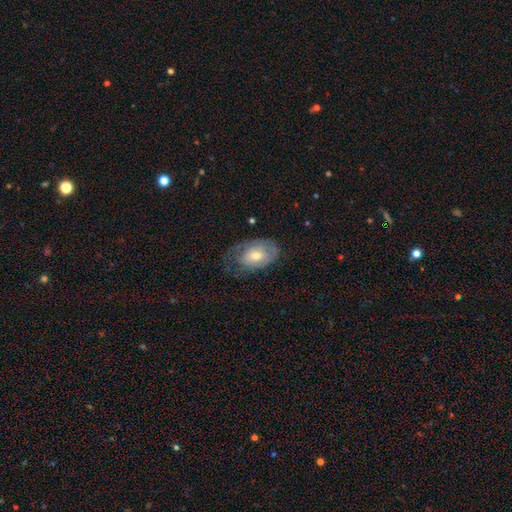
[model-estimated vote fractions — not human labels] featured or disk 47%, smooth 46%, star or artifact 7%. Down the decision tree: merging — none (47%).